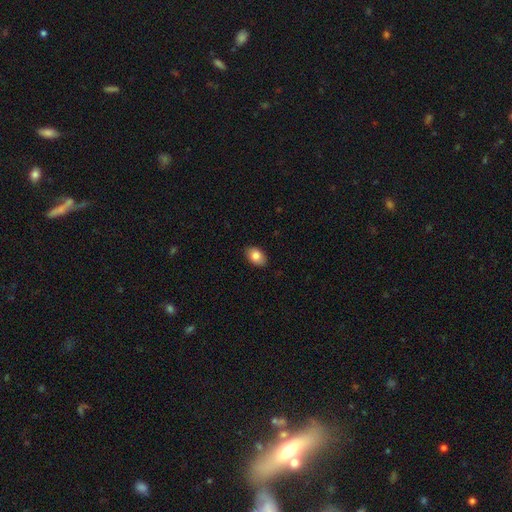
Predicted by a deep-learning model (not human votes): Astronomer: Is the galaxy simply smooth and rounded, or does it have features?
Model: smooth — 85%.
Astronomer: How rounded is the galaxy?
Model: in between — 88%.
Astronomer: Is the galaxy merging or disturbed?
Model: none — 88%.